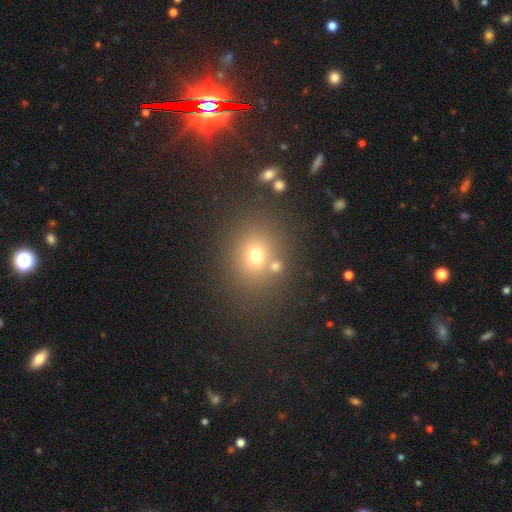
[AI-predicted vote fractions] A smooth galaxy with no disk features (69%) that is round (64%). Merging: none (73%).